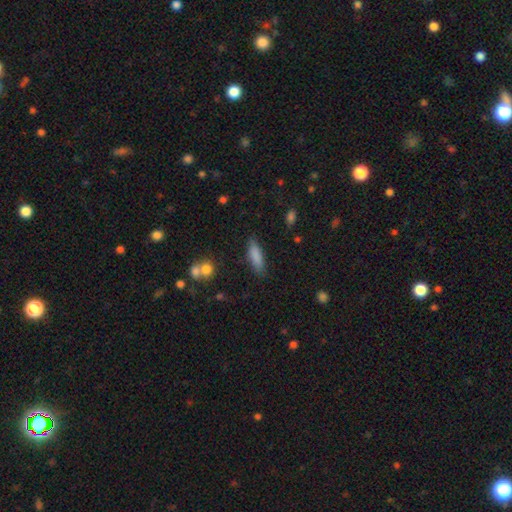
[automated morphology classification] smooth_or_featured: smooth (p=0.84) [alt: featured or disk p=0.09]
how_rounded: cigar-shaped (p=0.54) [alt: in between p=0.44]
merging: none (p=0.83) [alt: minor disturbance p=0.12]